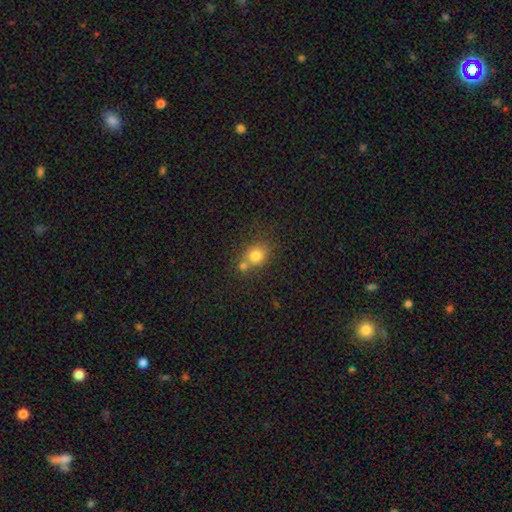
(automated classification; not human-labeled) This appears to be a smooth galaxy with no disk features (78%) that is round (73%). Merging: none (52%).